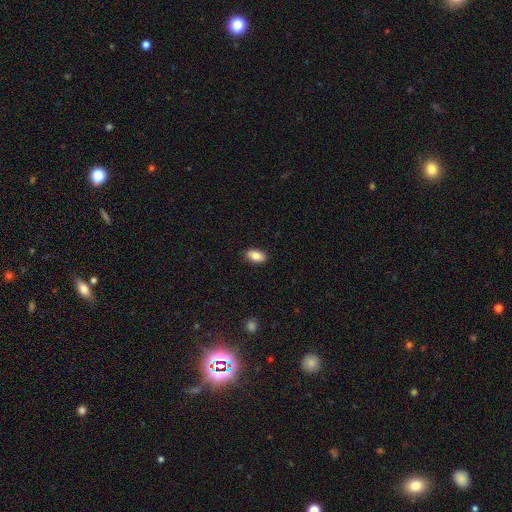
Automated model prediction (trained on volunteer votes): Morphology: type=smooth (86%); roundness=in between (92%); merging=none (90%).